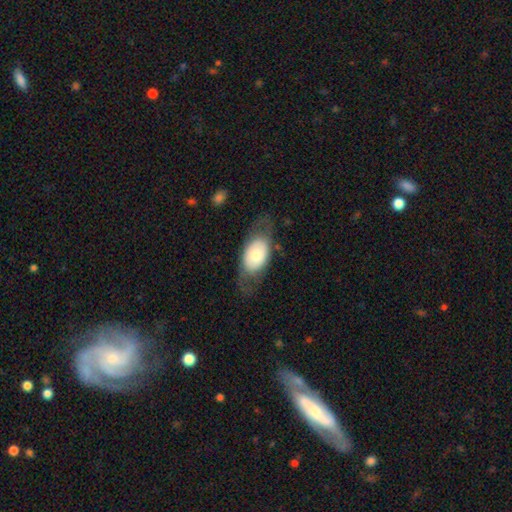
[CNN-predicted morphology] Smooth or featured? Predicted: smooth (p=0.58). How rounded? Predicted: in between (p=0.88). Merging? Predicted: none (p=0.64).